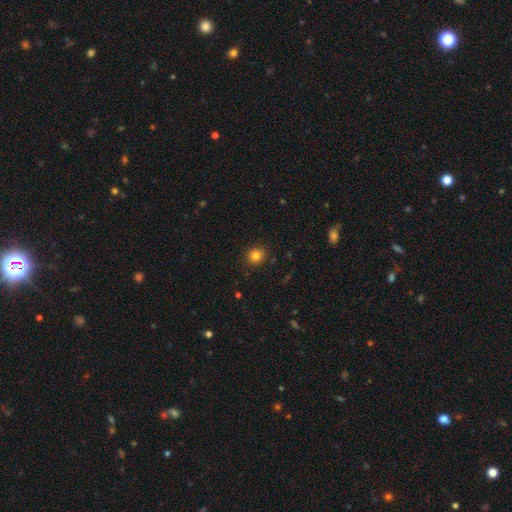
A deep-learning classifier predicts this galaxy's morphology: Overall: smooth (82%). How rounded: round (77%). Merging: none (88%).